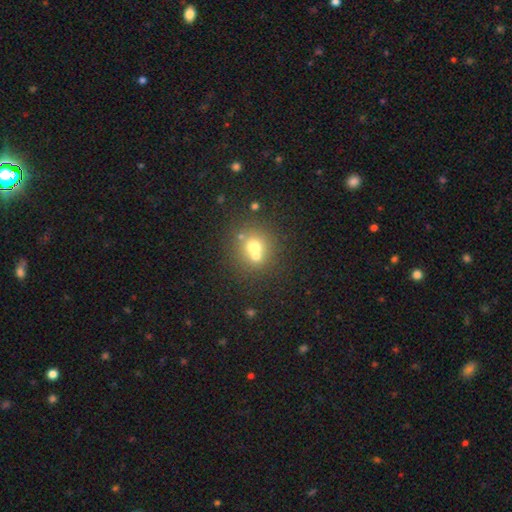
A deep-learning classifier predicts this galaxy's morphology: A smooth galaxy with no disk features (65%) that is round (85%). Merging: merger (45%).